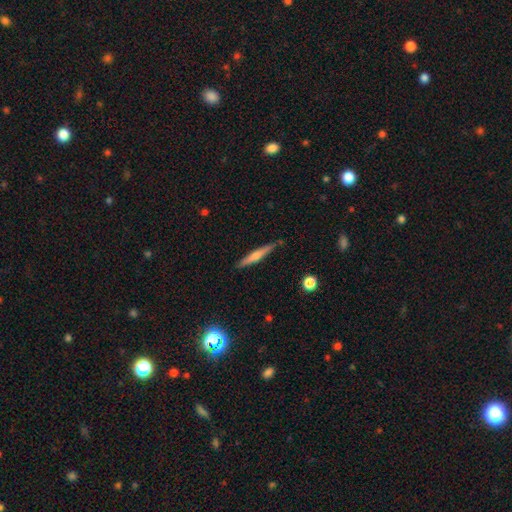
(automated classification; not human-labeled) smooth-or-featured: featured or disk: 51% | smooth: 42% | star or artifact: 7%
  disk-edge-on: yes: 96% | no: 4%
  merging: none: 87% | minor disturbance: 10% | major disturbance: 2% | merger: 2%